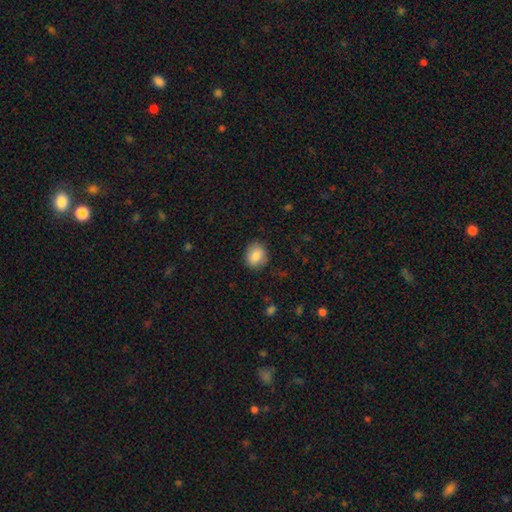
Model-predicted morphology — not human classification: Smooth or featured? Predicted: smooth (p=0.83). How rounded? Predicted: round (p=0.59). Merging? Predicted: none (p=0.84).